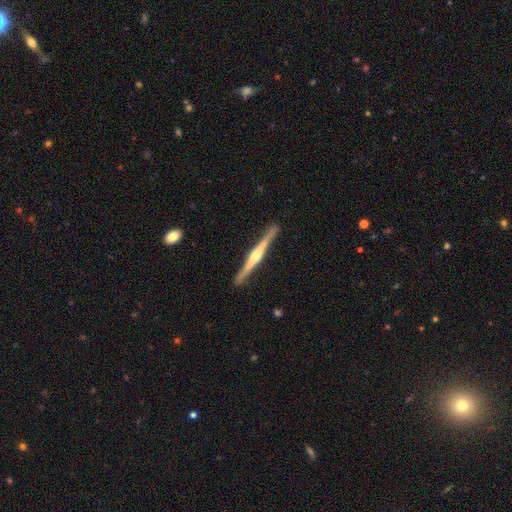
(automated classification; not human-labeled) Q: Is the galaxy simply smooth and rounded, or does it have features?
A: featured or disk — 81%.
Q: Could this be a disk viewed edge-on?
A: yes — 98%.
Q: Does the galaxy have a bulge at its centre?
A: rounded — 83%.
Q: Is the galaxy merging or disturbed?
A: none — 91%.